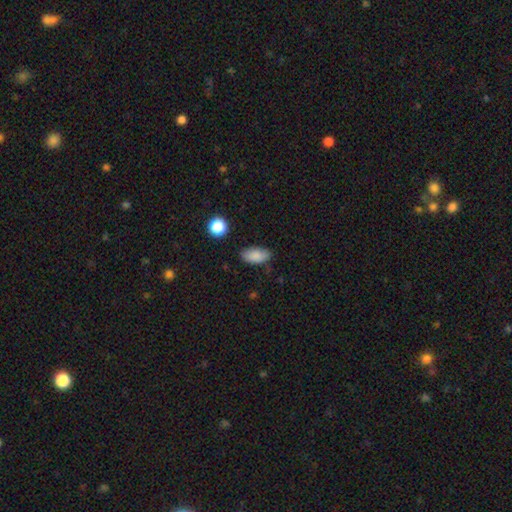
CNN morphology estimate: Smooth or featured: smooth — 86% (star or artifact — 8%)
How rounded: in between — 92% (cigar-shaped — 4%)
Merging: none — 80% (minor disturbance — 15%)